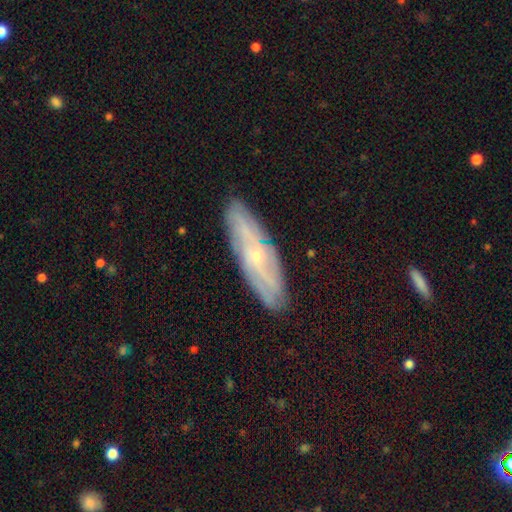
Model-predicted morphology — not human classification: Smooth or featured: featured or disk — 68% (smooth — 23%)
Edge-on disk: no — 71% (yes — 29%)
Merging: none — 84% (minor disturbance — 12%)